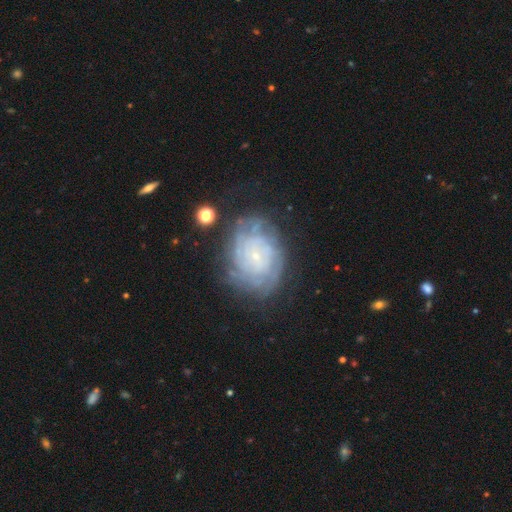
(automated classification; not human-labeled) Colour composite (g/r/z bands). It shows a featured or disk galaxy (79%) with no bar (73%), tight (77%) spiral arms (91%) and a small central bulge (85%). Merging: none (68%).